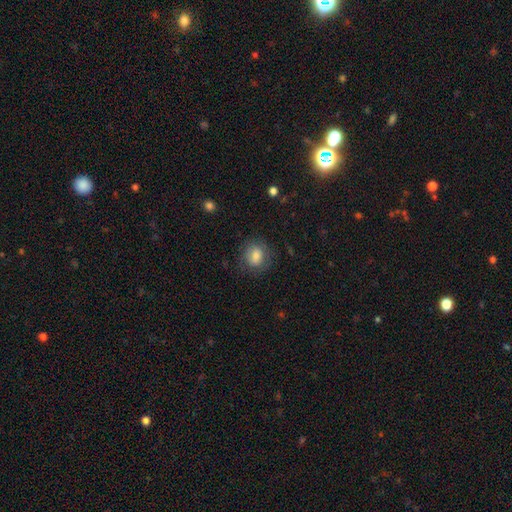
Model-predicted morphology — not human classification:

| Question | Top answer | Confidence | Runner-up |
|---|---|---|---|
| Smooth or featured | smooth | 75% | featured or disk (16%) |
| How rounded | round | 58% | in between (41%) |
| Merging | none | 75% | minor disturbance (16%) |